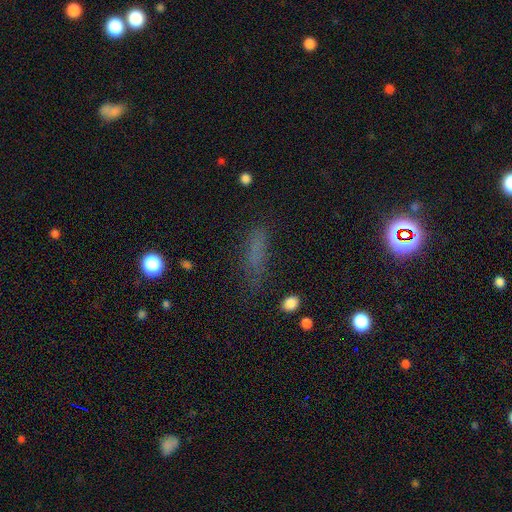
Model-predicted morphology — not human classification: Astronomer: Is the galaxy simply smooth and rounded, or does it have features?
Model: smooth — 63%.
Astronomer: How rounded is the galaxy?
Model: cigar-shaped — 57% (runner-up: in between, 38%).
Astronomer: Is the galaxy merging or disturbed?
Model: none — 65%.